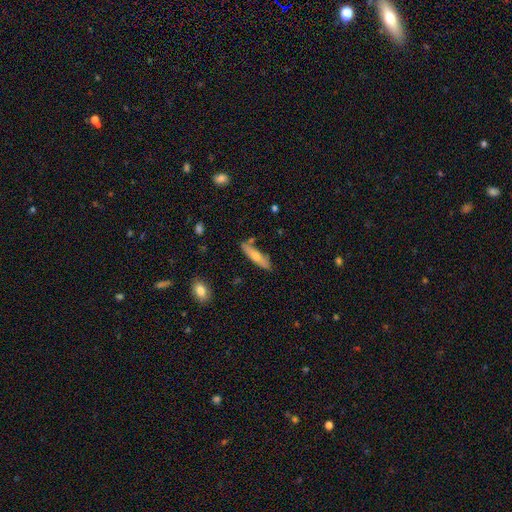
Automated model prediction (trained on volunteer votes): Smooth or featured?
  - smooth: 64% *
  - featured or disk: 30%
  - star or artifact: 6%
How rounded?
  - cigar-shaped: 74% *
  - in between: 24%
  - round: 2%
Merging?
  - none: 76% *
  - minor disturbance: 16%
  - merger: 6%
  - major disturbance: 3%